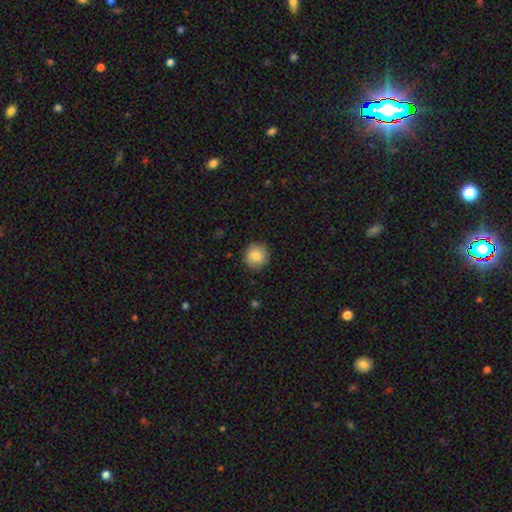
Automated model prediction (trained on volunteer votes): Smooth or featured?
  - smooth: 80% *
  - featured or disk: 12%
  - star or artifact: 8%
How rounded?
  - round: 92% *
  - in between: 7%
  - cigar-shaped: 1%
Merging?
  - none: 86% *
  - minor disturbance: 11%
  - major disturbance: 2%
  - merger: 1%